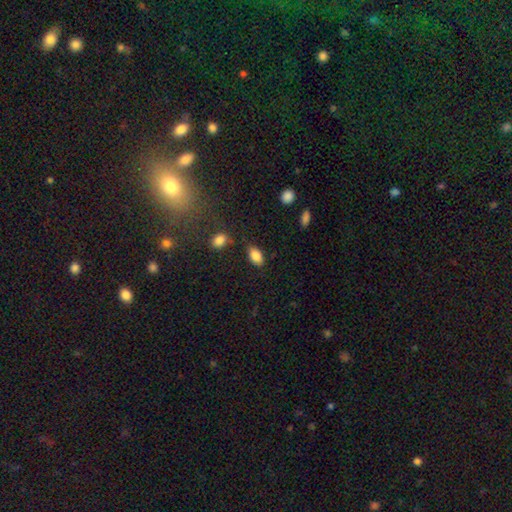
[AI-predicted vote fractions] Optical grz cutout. It shows a smooth galaxy with no disk features (86%) that is in between round and cigar-shaped (92%). Merging: none (76%).